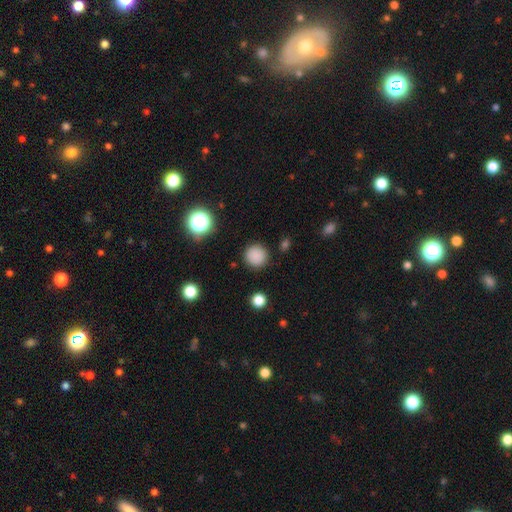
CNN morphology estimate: smooth-or-featured: smooth: 84% | star or artifact: 13% | featured or disk: 4%
  how-rounded: round: 94% | in between: 5% | cigar-shaped: 1%
  merging: none: 89% | minor disturbance: 7% | major disturbance: 3% | merger: 2%